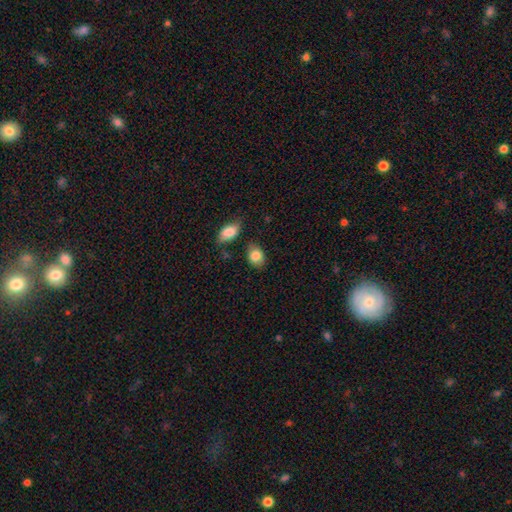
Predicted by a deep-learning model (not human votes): smooth 84%, featured or disk 8%, star or artifact 8%. Down the decision tree: how rounded — in between (70%); merging — none (77%).